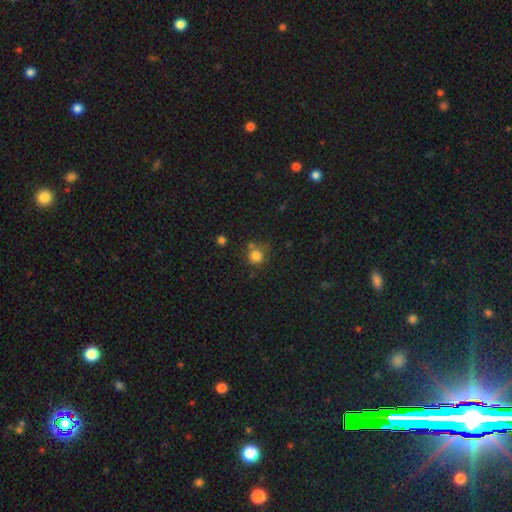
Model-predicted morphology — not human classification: Smooth or featured: smooth — 80% (star or artifact — 13%)
How rounded: round — 89% (in between — 10%)
Merging: none — 61% (merger — 17%)